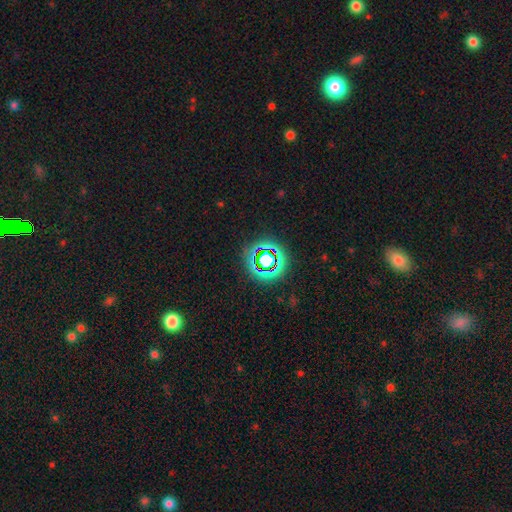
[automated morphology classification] Smooth or featured? Predicted: star or artifact (p=0.68).